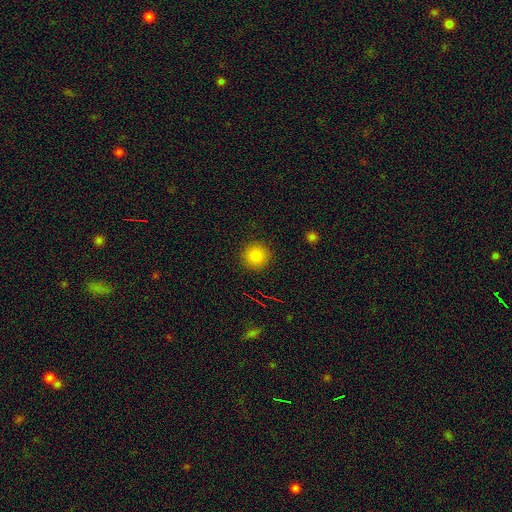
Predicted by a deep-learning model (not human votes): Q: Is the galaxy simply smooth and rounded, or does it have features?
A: smooth — 82%.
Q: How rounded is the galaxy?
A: round — 95%.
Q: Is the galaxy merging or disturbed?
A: none — 91%.